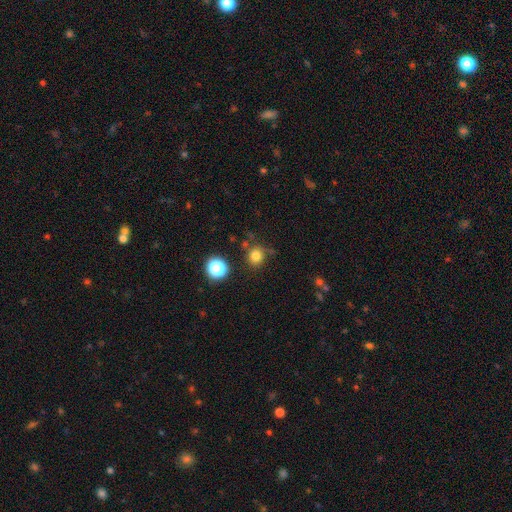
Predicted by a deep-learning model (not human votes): A smooth galaxy with no disk features (79%) that is round (87%). Merging: none (77%).